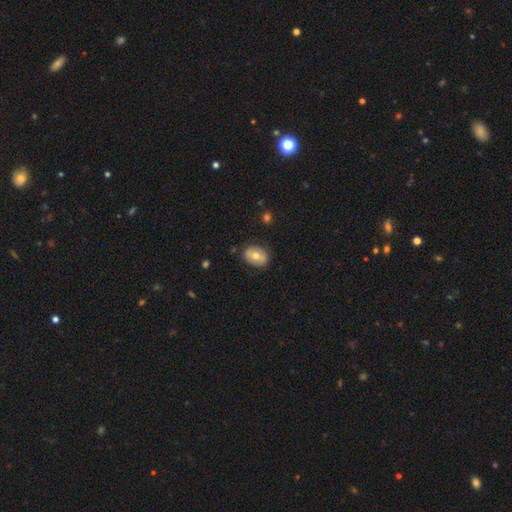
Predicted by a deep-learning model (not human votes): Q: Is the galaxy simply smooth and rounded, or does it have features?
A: smooth — 64%.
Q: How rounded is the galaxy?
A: in between — 65%.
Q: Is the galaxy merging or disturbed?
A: none — 81%.